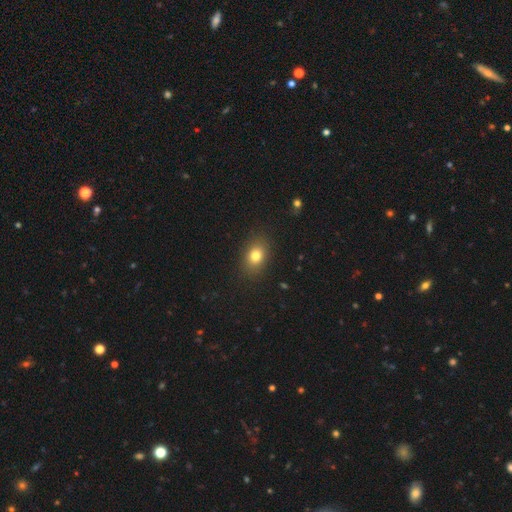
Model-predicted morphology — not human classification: A smooth galaxy with no disk features (79%) that is in between round and cigar-shaped (69%).

Vote fractions:
- Smooth or featured? smooth: 79% / star or artifact: 11% / featured or disk: 10%
- How rounded? in between: 69% / round: 30% / cigar-shaped: 2%
- Merging? none: 87% / minor disturbance: 9% / major disturbance: 3% / merger: 1%